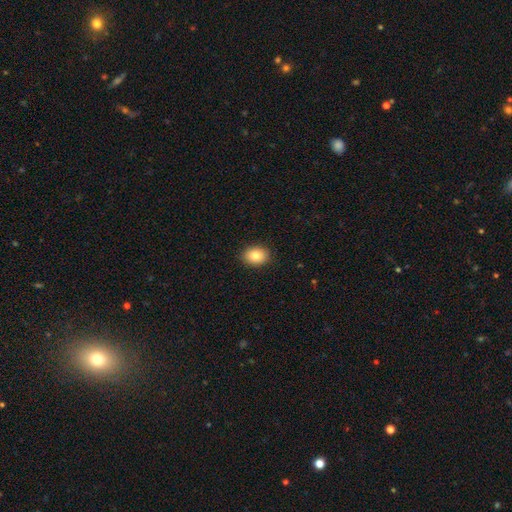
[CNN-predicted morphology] Smooth or featured? Predicted: smooth (p=0.84). How rounded? Predicted: in between (p=0.61). Merging? Predicted: none (p=0.90).